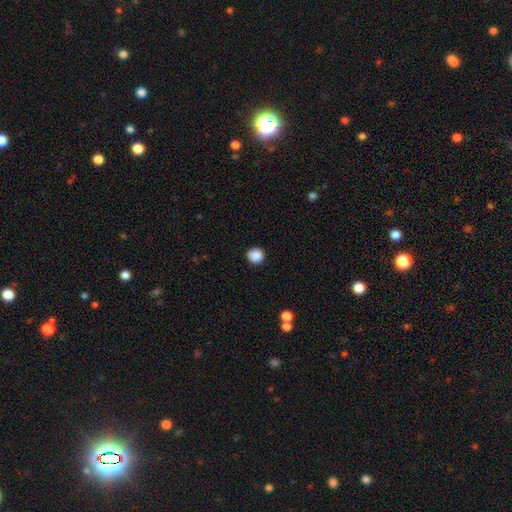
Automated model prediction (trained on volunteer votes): Smooth or featured: smooth — 87% (star or artifact — 9%)
How rounded: round — 93% (in between — 6%)
Merging: none — 85% (minor disturbance — 11%)